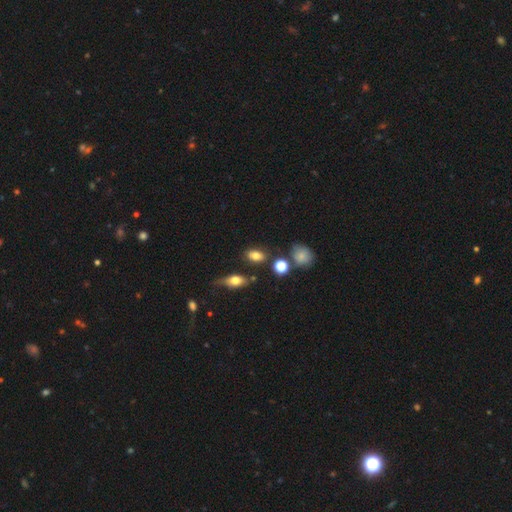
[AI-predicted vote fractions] Smooth or featured? smooth (78%)
How rounded? in between (79%)
Merging? none (76%)